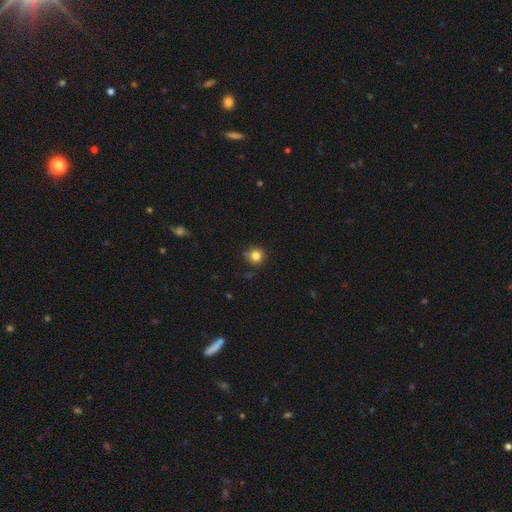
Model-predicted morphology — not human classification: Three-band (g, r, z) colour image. It shows a smooth galaxy with no disk features (82%) that is round (93%). Merging: none (76%).